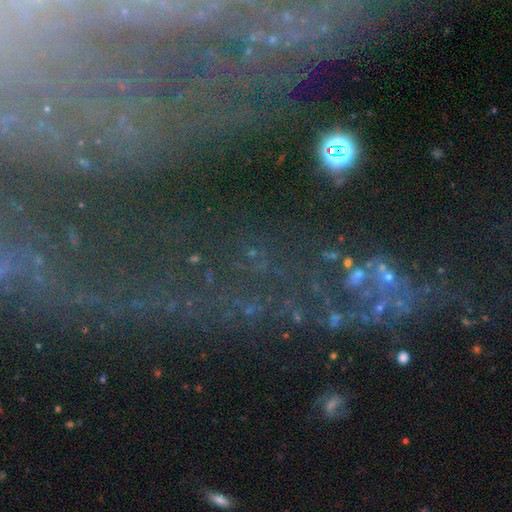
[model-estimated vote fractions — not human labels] This appears to be a star or artifact, not a galaxy (59%).